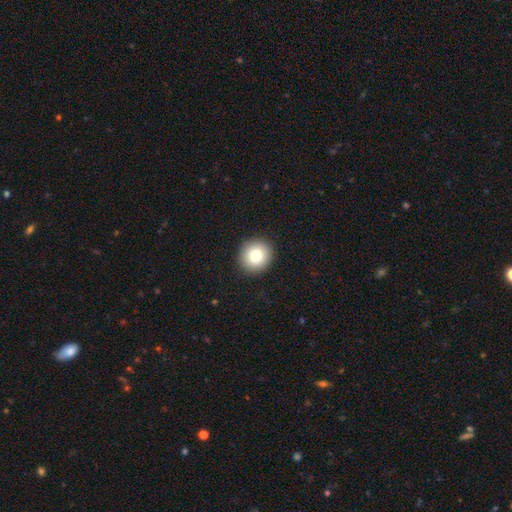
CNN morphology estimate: The model was most divided on "smooth or featured": smooth: 81%, star or artifact: 10%, featured or disk: 10%. More confident: merging — none (92%); how rounded — round (91%).